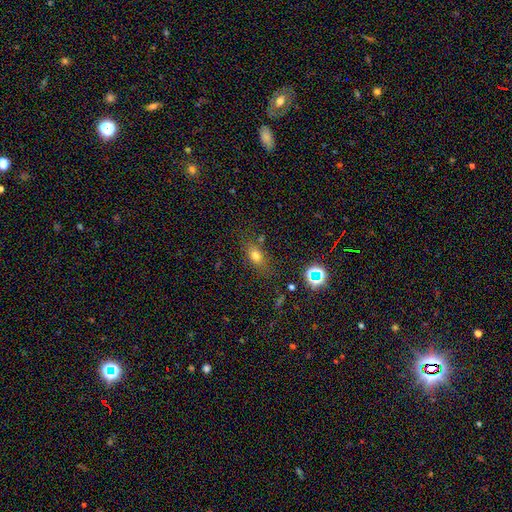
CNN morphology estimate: A smooth galaxy with no disk features (69%) that is in between round and cigar-shaped (69%).

Vote fractions:
- Smooth or featured? smooth: 69% / star or artifact: 18% / featured or disk: 13%
- How rounded? in between: 69% / round: 24% / cigar-shaped: 7%
- Merging? none: 72% / minor disturbance: 16% / major disturbance: 6% / merger: 5%